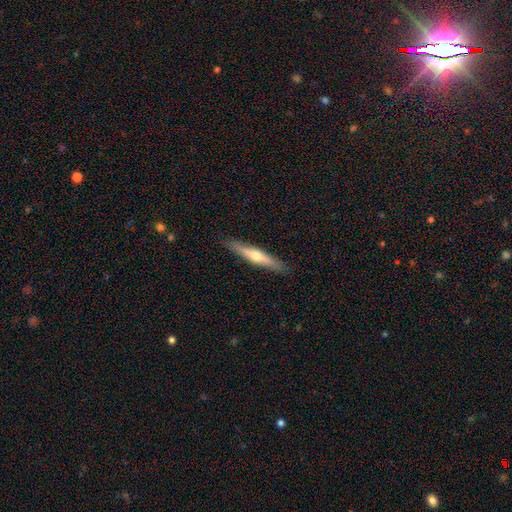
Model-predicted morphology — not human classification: Overall: featured or disk (51%; smooth 44%). Edge-on disk: yes (91%). Merging: none (89%).